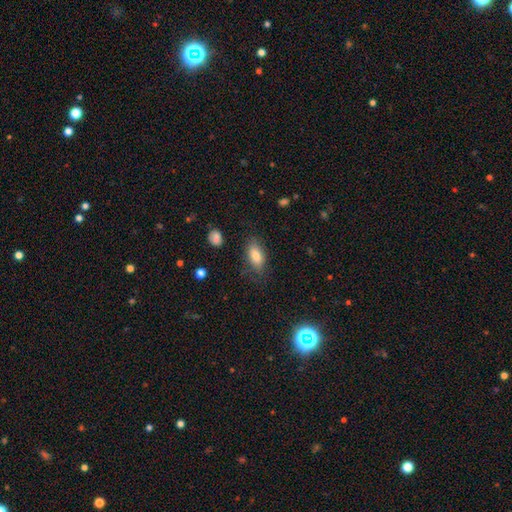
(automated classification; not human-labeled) This is likely a smooth galaxy (77%). How rounded: clearly in between (85%). Merging: likely none (76%).